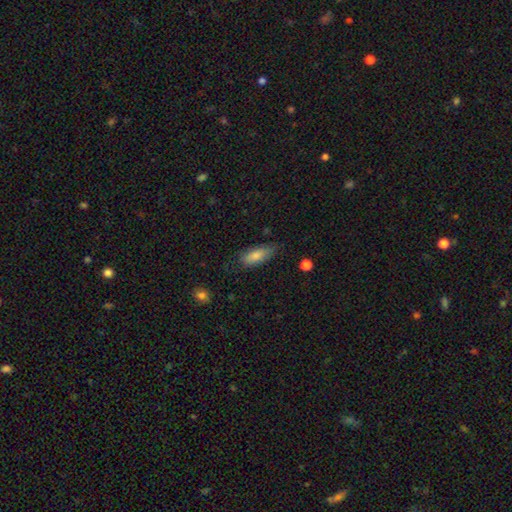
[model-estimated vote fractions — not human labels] Smooth or featured?
  - smooth: 83% *
  - featured or disk: 11%
  - star or artifact: 7%
How rounded?
  - in between: 76% *
  - cigar-shaped: 22%
  - round: 2%
Merging?
  - none: 71% *
  - minor disturbance: 22%
  - major disturbance: 5%
  - merger: 2%